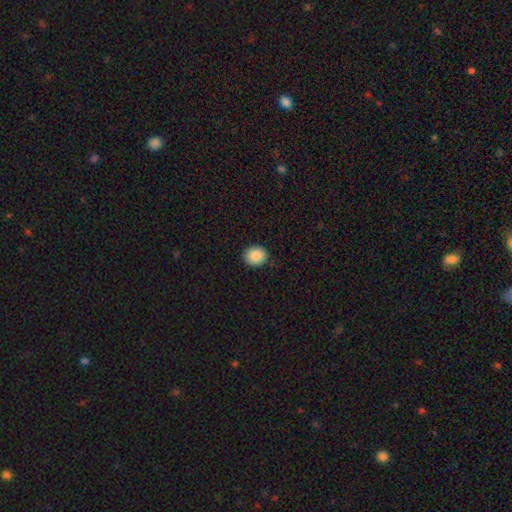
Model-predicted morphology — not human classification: Smooth or featured?
  - smooth: 88% *
  - star or artifact: 8%
  - featured or disk: 4%
How rounded?
  - round: 71% *
  - in between: 28%
  - cigar-shaped: 1%
Merging?
  - none: 90% *
  - minor disturbance: 7%
  - major disturbance: 2%
  - merger: 1%